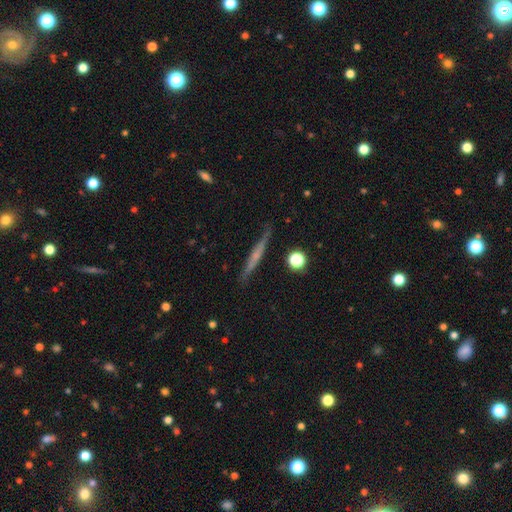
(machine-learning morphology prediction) smooth-or-featured: featured or disk: 57% | smooth: 36% | star or artifact: 8%
  disk-edge-on: yes: 95% | no: 5%
    edge-on-bulge: none: 57% | rounded: 34% | boxy: 8%
  merging: none: 84% | minor disturbance: 12% | major disturbance: 2% | merger: 2%